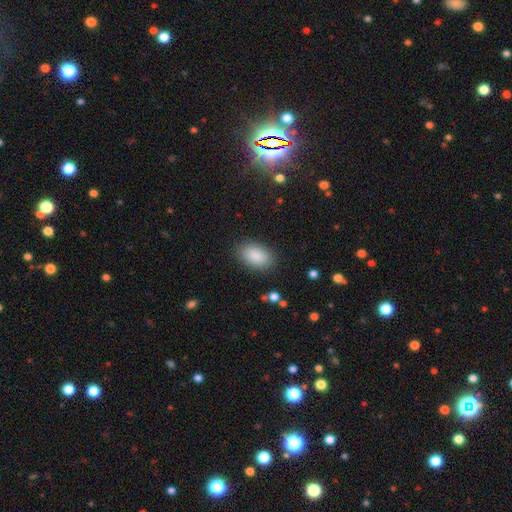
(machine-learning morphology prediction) This is clearly a smooth galaxy (88%). How rounded: clearly in between (92%). Merging: clearly none (86%).